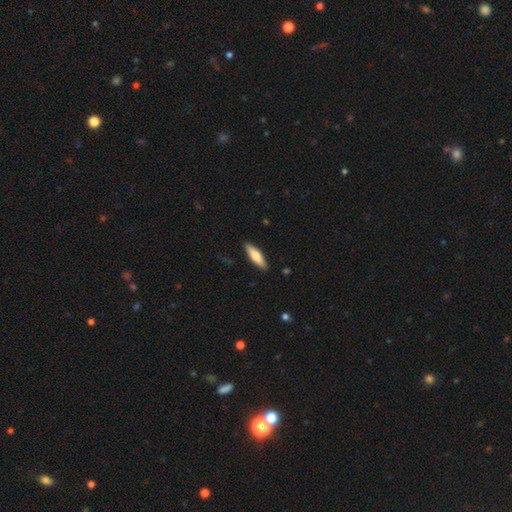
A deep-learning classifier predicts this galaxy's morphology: A smooth galaxy with no disk features (64%) that is cigar-shaped (62%). Merging: none (90%).